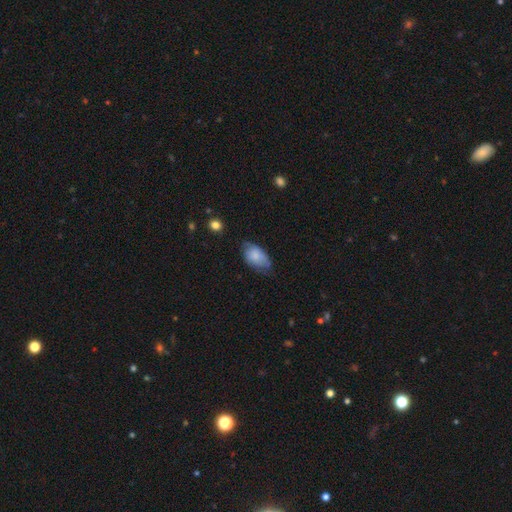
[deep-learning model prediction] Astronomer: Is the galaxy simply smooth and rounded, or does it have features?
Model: smooth — 77%.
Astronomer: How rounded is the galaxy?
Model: in between — 92%.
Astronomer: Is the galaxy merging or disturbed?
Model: none — 53% (runner-up: minor disturbance, 36%).